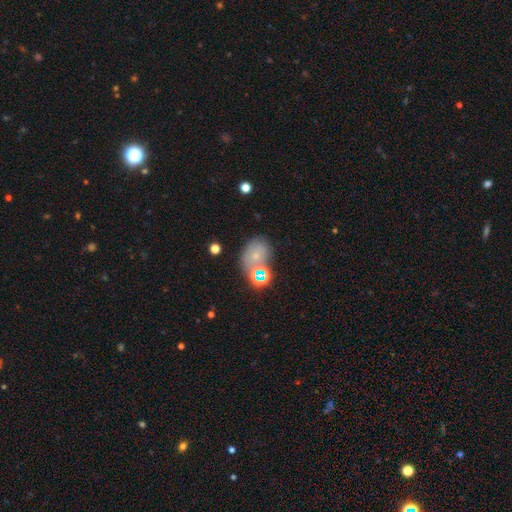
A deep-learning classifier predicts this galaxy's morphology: smooth_or_featured: smooth (p=0.53) [alt: star or artifact p=0.25]
how_rounded: in between (p=0.62) [alt: round p=0.37]
merging: none (p=0.54) [alt: minor disturbance p=0.19]